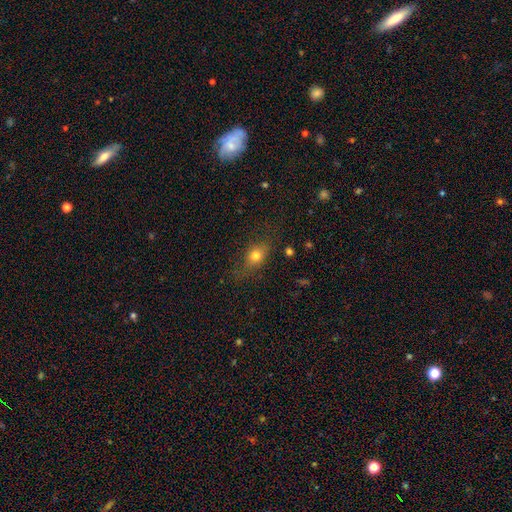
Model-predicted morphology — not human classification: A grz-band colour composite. It shows a smooth galaxy with no disk features (73%) that is in between round and cigar-shaped (63%). Merging: none (69%).